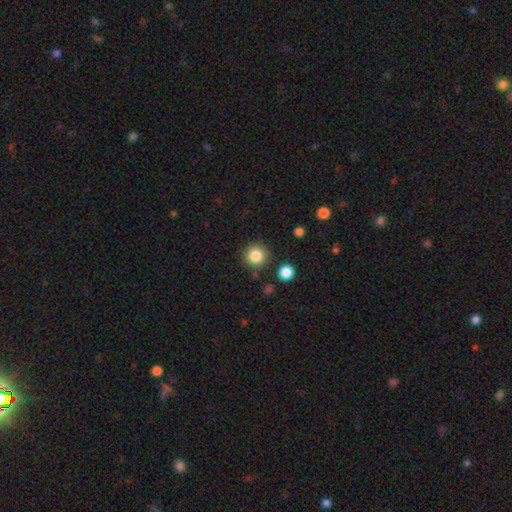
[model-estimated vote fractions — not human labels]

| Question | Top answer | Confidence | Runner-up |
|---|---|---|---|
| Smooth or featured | smooth | 84% | star or artifact (10%) |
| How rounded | round | 94% | in between (5%) |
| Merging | none | 86% | minor disturbance (8%) |